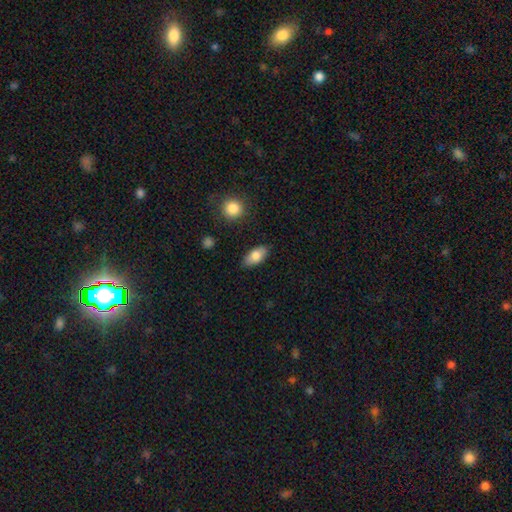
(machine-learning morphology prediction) This appears to be a smooth galaxy with no disk features (80%) that is in between round and cigar-shaped (89%). Merging: none (85%).